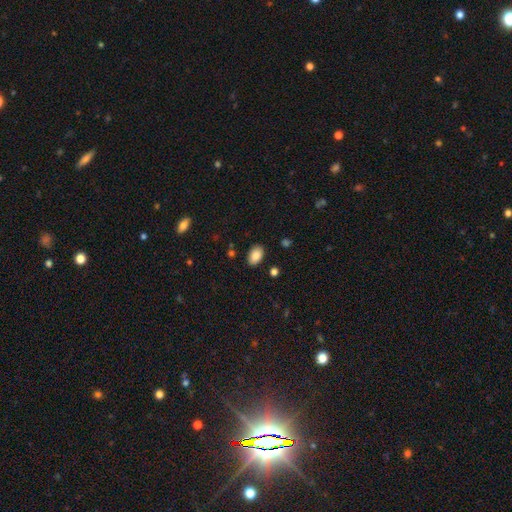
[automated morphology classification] Smooth or featured? smooth (88%)
How rounded? in between (89%)
Merging? none (86%)